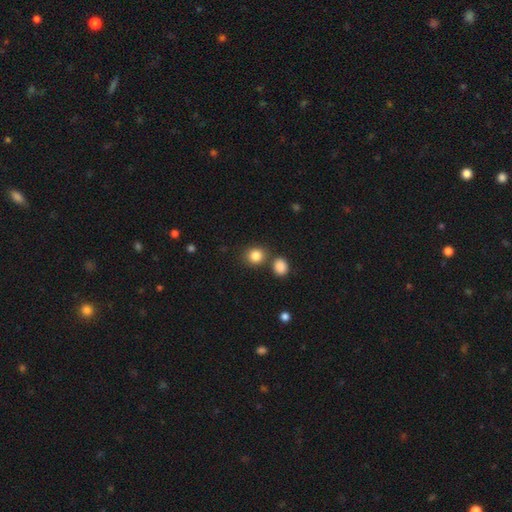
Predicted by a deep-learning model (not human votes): Smooth or featured?
  - smooth: 85% *
  - star or artifact: 10%
  - featured or disk: 5%
How rounded?
  - round: 80% *
  - in between: 19%
  - cigar-shaped: 1%
Merging?
  - none: 72% *
  - merger: 16%
  - minor disturbance: 9%
  - major disturbance: 3%